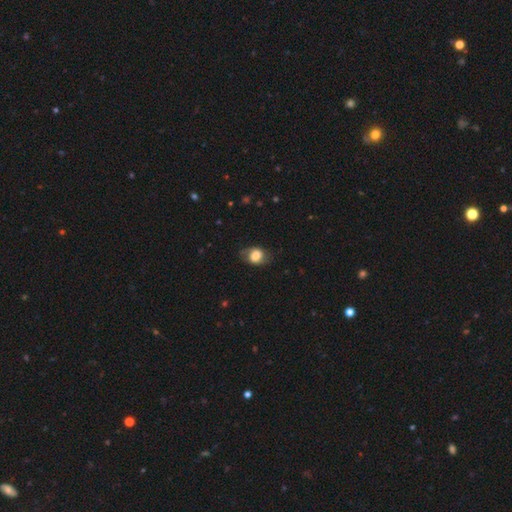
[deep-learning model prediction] smooth 66%, featured or disk 26%, star or artifact 9%. Down the decision tree: how rounded — in between (60%); merging — none (64%).